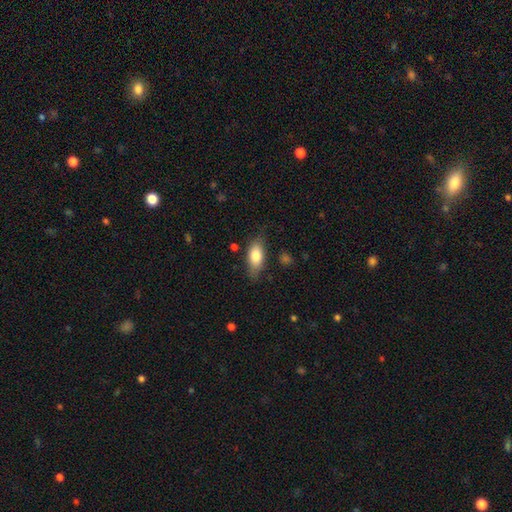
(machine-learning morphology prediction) smooth_or_featured: smooth (p=0.80) [alt: featured or disk p=0.13]
how_rounded: in between (p=0.85) [alt: cigar-shaped p=0.11]
merging: none (p=0.73) [alt: minor disturbance p=0.20]